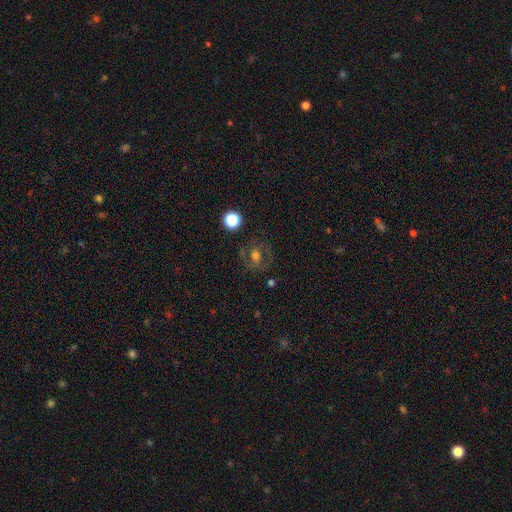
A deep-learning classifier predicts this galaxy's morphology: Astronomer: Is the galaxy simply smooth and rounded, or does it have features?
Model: smooth — 46% (runner-up: featured or disk, 39%).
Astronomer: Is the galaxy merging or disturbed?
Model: none — 68%.